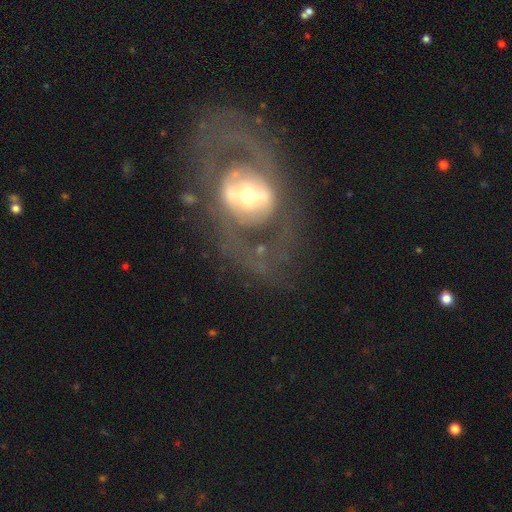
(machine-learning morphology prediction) Smooth or featured? featured or disk (81%)
Edge-on disk? no (94%)
Bar? no (42%)
Spiral arms? yes (65%)
Bulge size? moderate (56%)
Merging? none (71%)